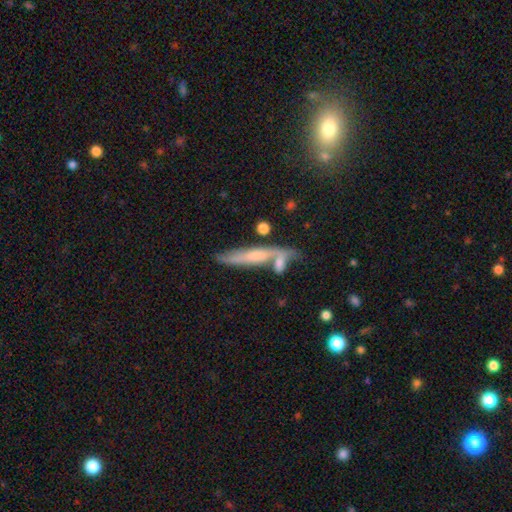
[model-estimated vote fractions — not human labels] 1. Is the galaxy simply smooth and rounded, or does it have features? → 56% featured or disk, 35% smooth, 9% star or artifact.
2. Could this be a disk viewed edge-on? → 77% yes, 23% no.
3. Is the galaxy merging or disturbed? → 62% none, 18% minor disturbance, 14% merger, 6% major disturbance.